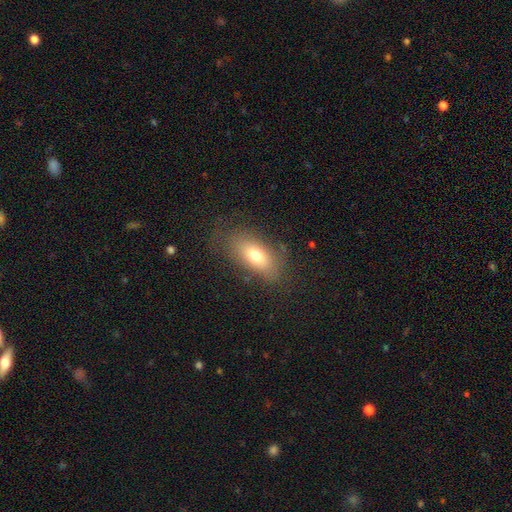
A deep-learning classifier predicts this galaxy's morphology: This is likely a smooth galaxy (72%). How rounded: clearly in between (85%). Merging: likely none (74%).